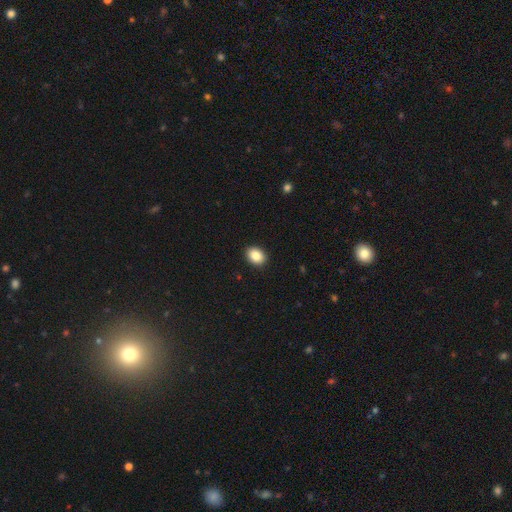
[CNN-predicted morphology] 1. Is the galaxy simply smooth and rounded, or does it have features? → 87% smooth, 8% star or artifact, 5% featured or disk.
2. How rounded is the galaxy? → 64% in between, 35% round, 1% cigar-shaped.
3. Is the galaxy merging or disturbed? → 91% none, 6% minor disturbance, 2% major disturbance, 1% merger.